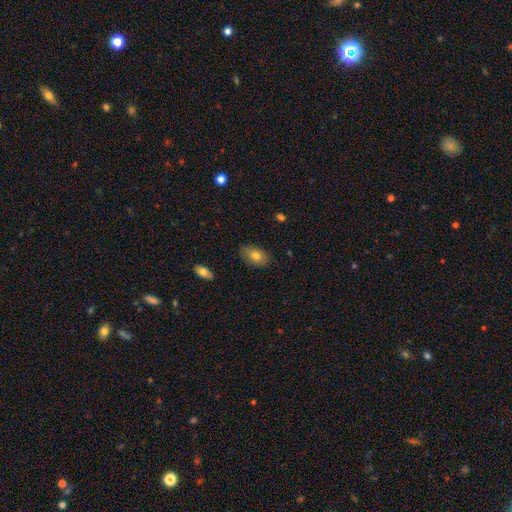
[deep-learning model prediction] This is likely a smooth galaxy (77%). How rounded: clearly in between (87%). Merging: clearly none (80%).